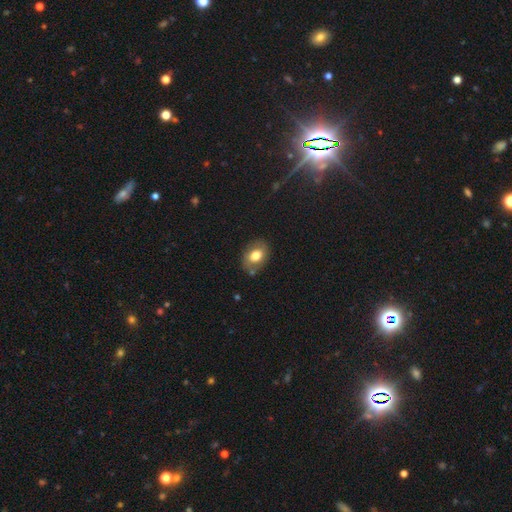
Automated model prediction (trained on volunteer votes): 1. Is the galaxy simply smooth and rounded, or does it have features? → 72% smooth, 20% featured or disk, 8% star or artifact.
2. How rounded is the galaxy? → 74% in between, 25% round, 1% cigar-shaped.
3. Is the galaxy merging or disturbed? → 76% none, 16% minor disturbance, 4% major disturbance, 4% merger.